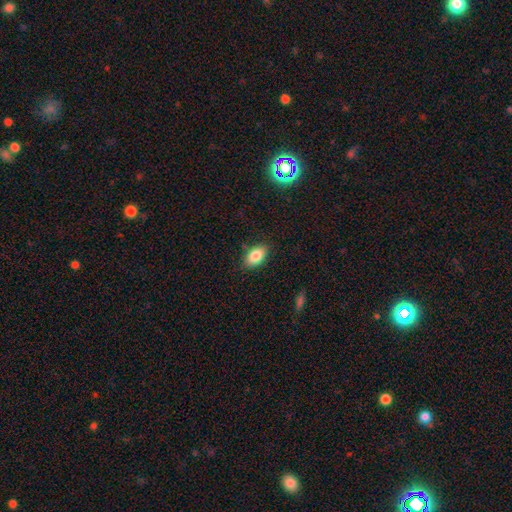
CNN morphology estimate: A smooth galaxy with no disk features (84%) that is in between round and cigar-shaped (92%).

Vote fractions:
- Smooth or featured? smooth: 84% / featured or disk: 8% / star or artifact: 8%
- How rounded? in between: 92% / round: 6% / cigar-shaped: 2%
- Merging? none: 85% / minor disturbance: 11% / major disturbance: 3% / merger: 2%